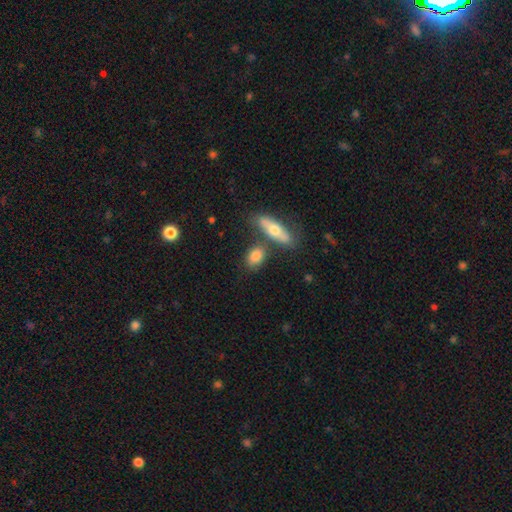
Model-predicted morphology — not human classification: Smooth or featured? smooth (78%)
How rounded? in between (74%)
Merging? none (64%)